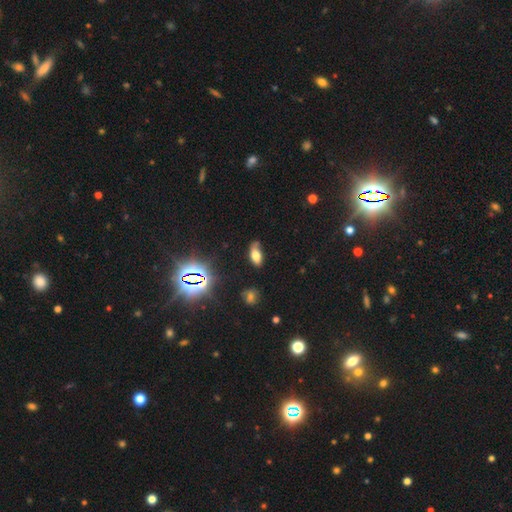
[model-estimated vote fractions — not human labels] This is likely a smooth galaxy (67%). How rounded: clearly in between (88%). Merging: possibly none (57%).